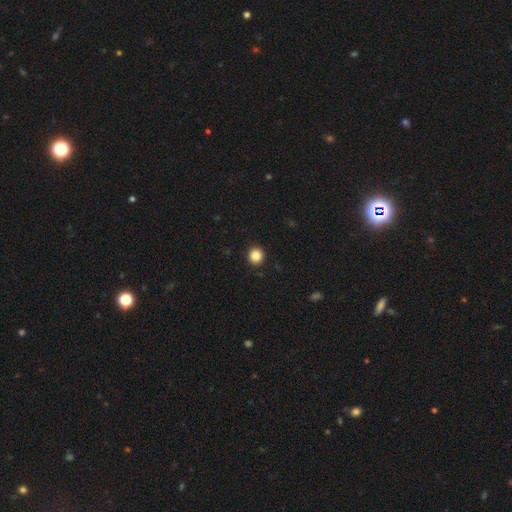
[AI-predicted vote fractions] smooth_or_featured: smooth (p=0.85) [alt: star or artifact p=0.11]
how_rounded: round (p=0.92) [alt: in between p=0.07]
merging: none (p=0.93) [alt: minor disturbance p=0.05]